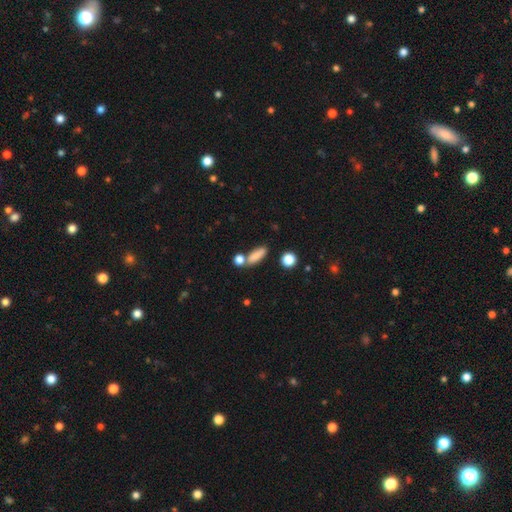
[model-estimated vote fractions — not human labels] smooth_or_featured: smooth (p=0.82) [alt: star or artifact p=0.09]
how_rounded: in between (p=0.53) [alt: cigar-shaped p=0.39]
merging: none (p=0.67) [alt: merger p=0.16]